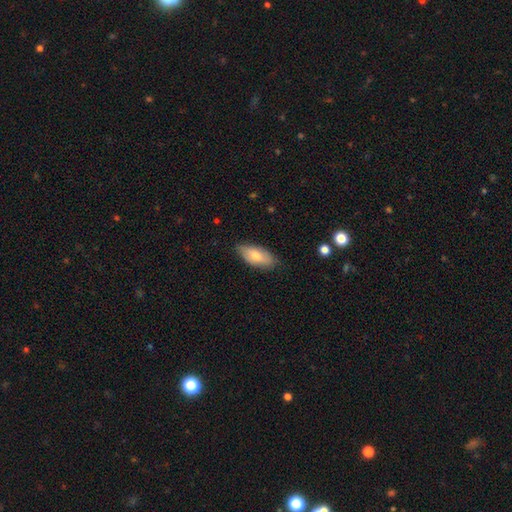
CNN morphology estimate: Smooth or featured?
  - smooth: 73% *
  - featured or disk: 21%
  - star or artifact: 6%
How rounded?
  - in between: 87% *
  - cigar-shaped: 11%
  - round: 3%
Merging?
  - none: 77% *
  - minor disturbance: 19%
  - major disturbance: 3%
  - merger: 1%